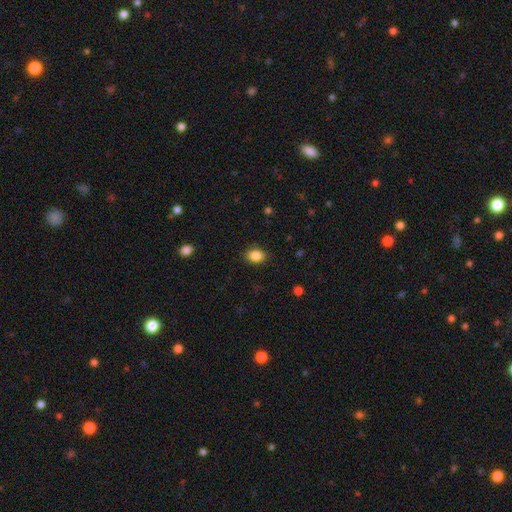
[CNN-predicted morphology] Smooth or featured?
  - smooth: 86% *
  - star or artifact: 9%
  - featured or disk: 5%
How rounded?
  - in between: 59% *
  - round: 40%
  - cigar-shaped: 1%
Merging?
  - none: 86% *
  - minor disturbance: 11%
  - major disturbance: 3%
  - merger: 1%